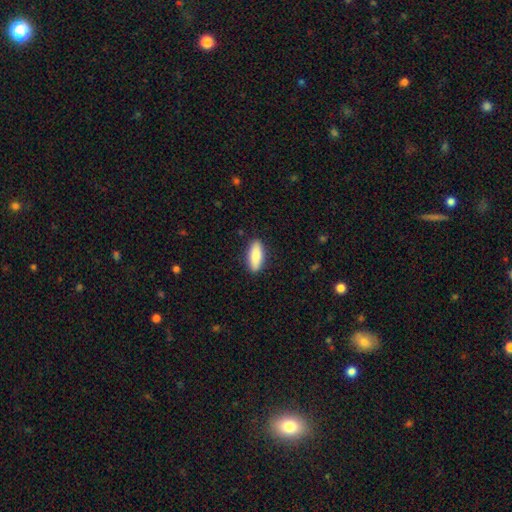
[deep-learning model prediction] smooth-or-featured: smooth: 85% | featured or disk: 9% | star or artifact: 6%
  how-rounded: in between: 69% | cigar-shaped: 29% | round: 2%
  merging: none: 89% | minor disturbance: 8% | major disturbance: 2% | merger: 1%